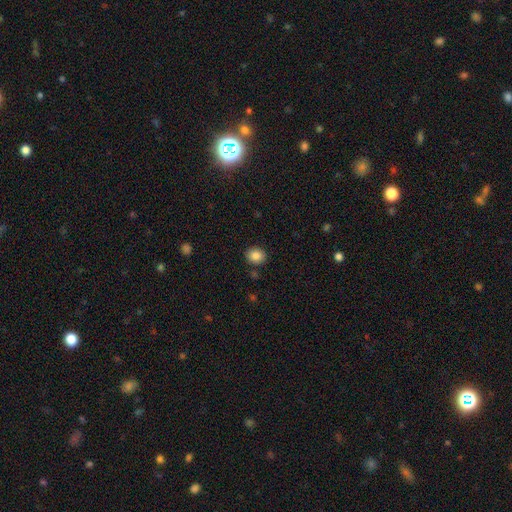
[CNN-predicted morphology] Smooth or featured?
  - smooth: 86% *
  - star or artifact: 9%
  - featured or disk: 5%
How rounded?
  - round: 65% *
  - in between: 34%
  - cigar-shaped: 1%
Merging?
  - none: 87% *
  - minor disturbance: 8%
  - merger: 2%
  - major disturbance: 2%